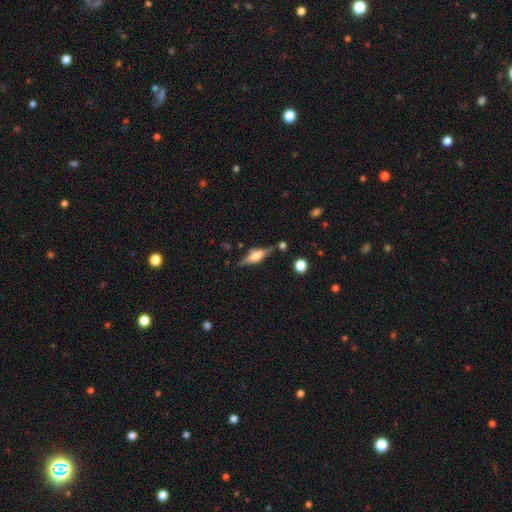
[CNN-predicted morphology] Smooth or featured? Predicted: featured or disk (p=0.68). Edge-on disk? Predicted: yes (p=0.96). Edge-on bulge? Predicted: rounded (p=0.82). Merging? Predicted: none (p=0.77).